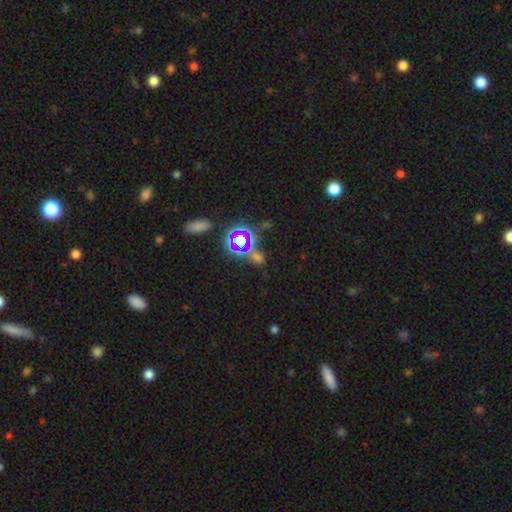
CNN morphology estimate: The model was most divided on "smooth or featured": star or artifact: 62%, smooth: 27%, featured or disk: 11%.